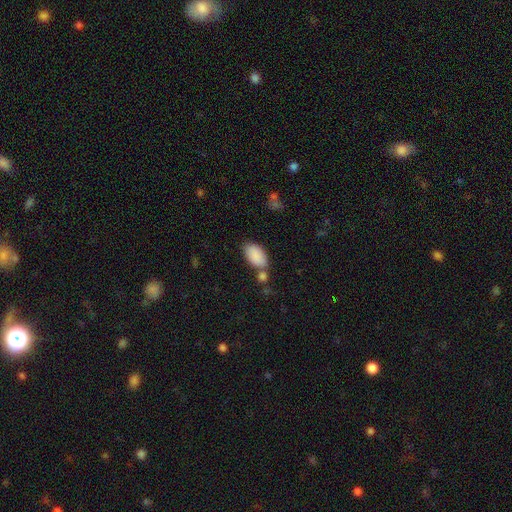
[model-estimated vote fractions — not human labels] smooth 88%, star or artifact 7%, featured or disk 5%. Down the decision tree: how rounded — in between (95%); merging — none (58%).